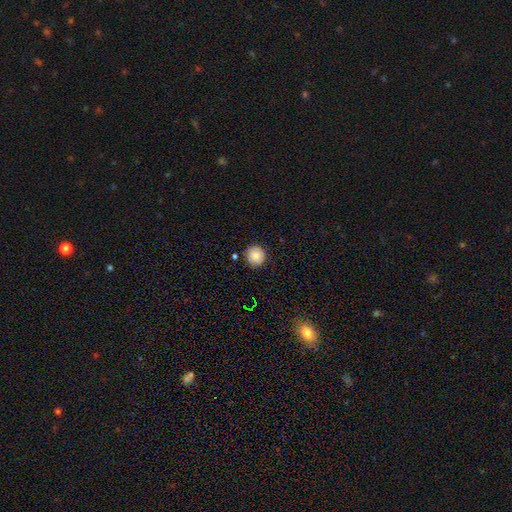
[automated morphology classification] Smooth or featured: smooth — 76% (featured or disk — 14%)
How rounded: round — 94% (in between — 5%)
Merging: none — 87% (minor disturbance — 9%)